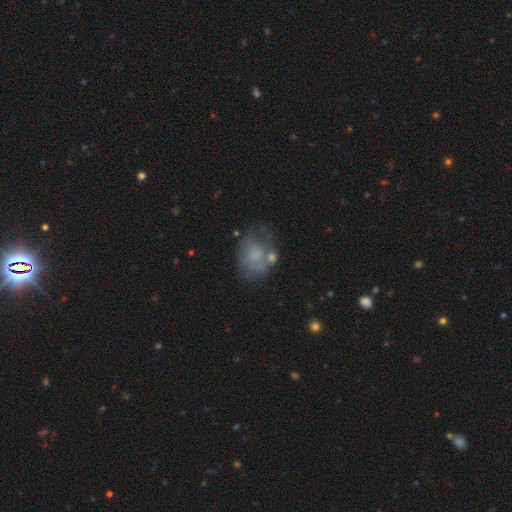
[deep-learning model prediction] A smooth galaxy with no disk features (47%). Merging: none (44%).